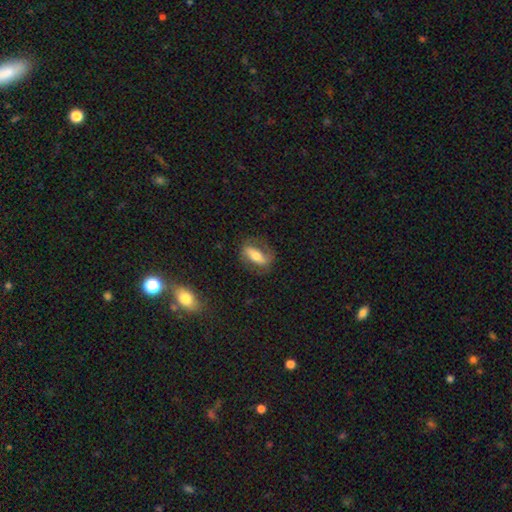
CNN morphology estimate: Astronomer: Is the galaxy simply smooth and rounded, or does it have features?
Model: featured or disk — 49% (runner-up: smooth, 43%).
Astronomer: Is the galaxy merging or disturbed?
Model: none — 73%.